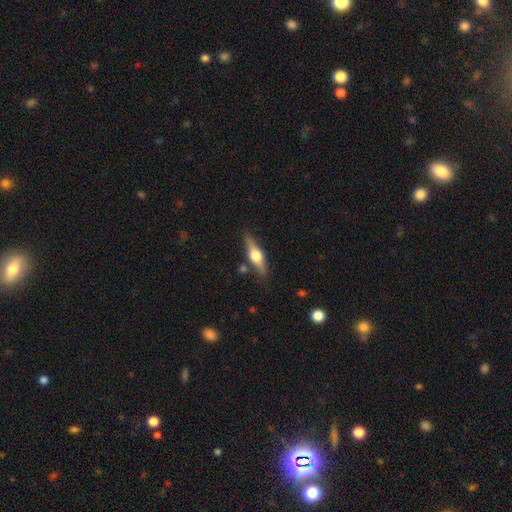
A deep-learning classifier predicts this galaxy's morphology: Q: Smooth or featured?
A: featured or disk (64%); runner-up: smooth (30%)
Q: Edge-on disk?
A: yes (95%); runner-up: no (5%)
Q: Edge-on bulge?
A: rounded (94%); runner-up: boxy (4%)
Q: Merging?
A: none (84%); runner-up: minor disturbance (11%)